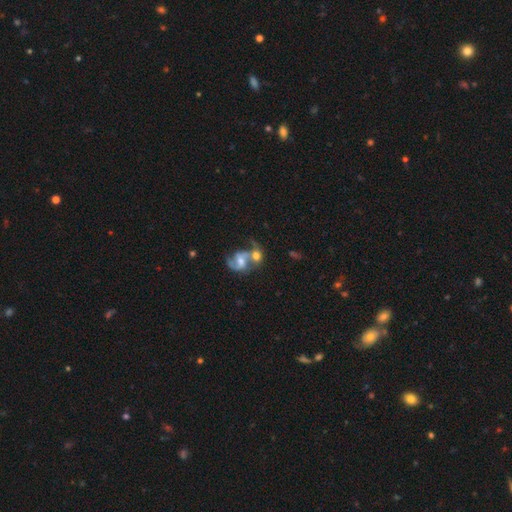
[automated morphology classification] smooth 45%, star or artifact 32%, featured or disk 23%. Down the decision tree: merging — none (43%).